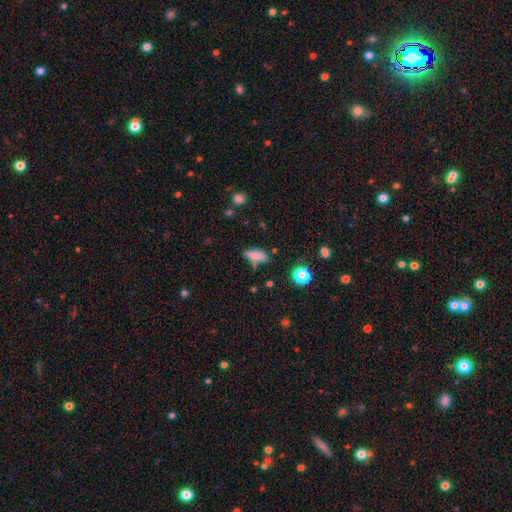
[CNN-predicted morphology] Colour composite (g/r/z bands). It shows a smooth galaxy with no disk features (77%) that is in between round and cigar-shaped (75%). Merging: none (54%).